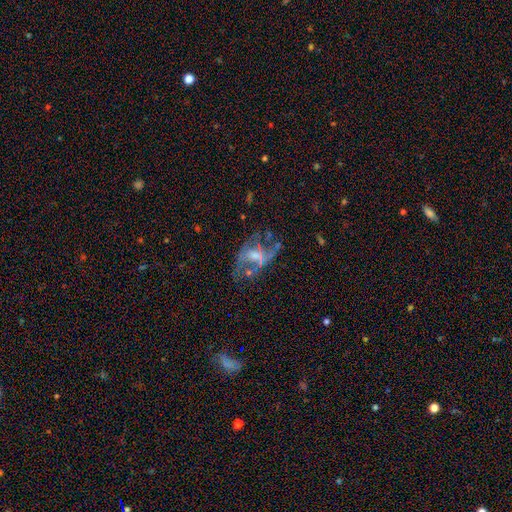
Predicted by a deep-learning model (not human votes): Morphology: type=featured or disk (67%); edge-on=no (95%); bar=no (53%); spiral arms=yes (50%, tied with no); bulge=moderate (39%); merging=none (39%).